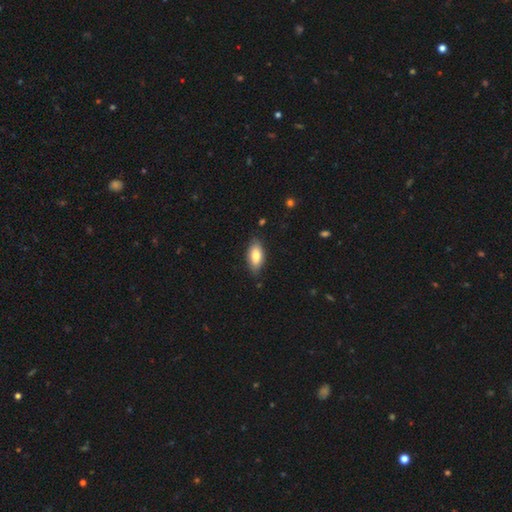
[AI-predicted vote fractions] smooth_or_featured: smooth (p=0.78) [alt: featured or disk p=0.16]
how_rounded: in between (p=0.86) [alt: cigar-shaped p=0.11]
merging: none (p=0.81) [alt: minor disturbance p=0.15]